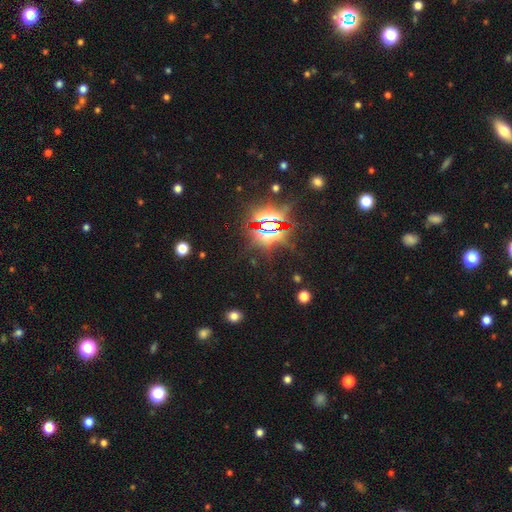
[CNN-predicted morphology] A star or artifact, not a galaxy (85%).

Vote fractions:
- Smooth or featured? star or artifact: 85% / smooth: 8% / featured or disk: 7%